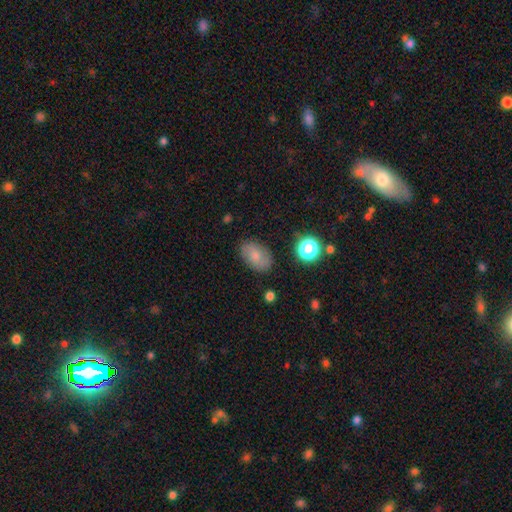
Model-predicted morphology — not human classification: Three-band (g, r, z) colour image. It shows a smooth galaxy with no disk features (70%) that is in between round and cigar-shaped (86%). Merging: none (81%).